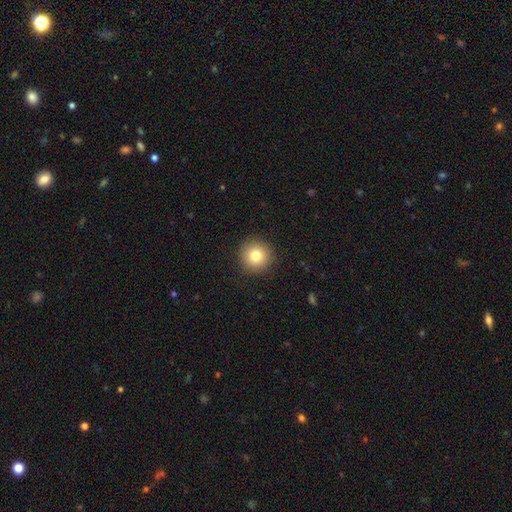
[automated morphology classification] Smooth or featured? Predicted: smooth (p=0.80). How rounded? Predicted: round (p=0.95). Merging? Predicted: none (p=0.92).